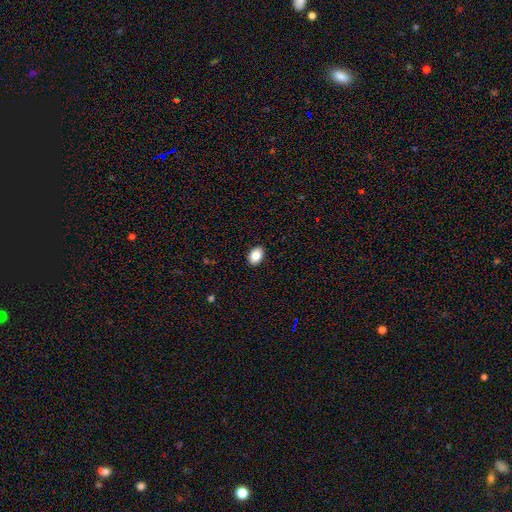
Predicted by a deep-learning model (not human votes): Smooth or featured? Predicted: smooth (p=0.87). How rounded? Predicted: in between (p=0.81). Merging? Predicted: none (p=0.90).